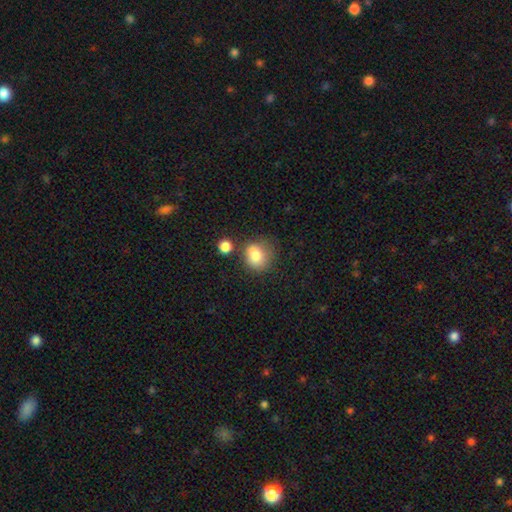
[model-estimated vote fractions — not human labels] Smooth or featured? smooth (77%)
How rounded? round (78%)
Merging? none (55%)